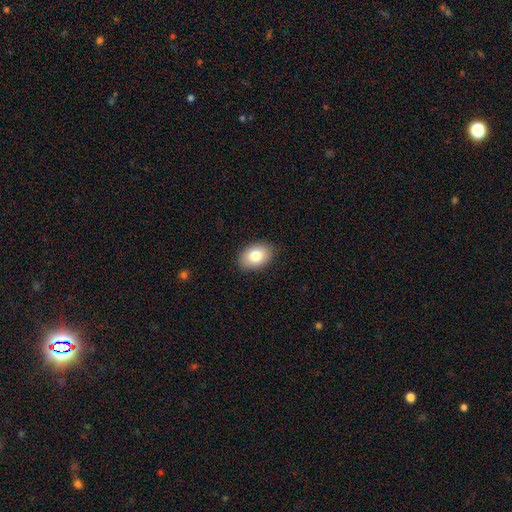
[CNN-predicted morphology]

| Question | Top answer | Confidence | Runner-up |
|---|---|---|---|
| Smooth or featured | smooth | 80% | featured or disk (11%) |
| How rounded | in between | 84% | round (15%) |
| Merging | none | 87% | minor disturbance (10%) |